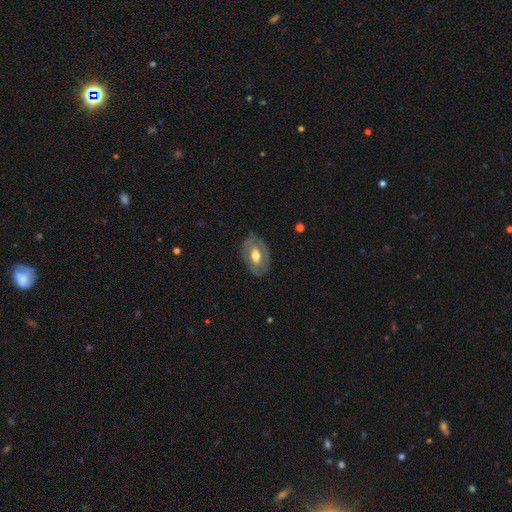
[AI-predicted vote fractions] This appears to be a featured or disk galaxy (57%) with no bar (59%), no spiral arms (73%) and a moderate central bulge (65%). Merging: none (78%).